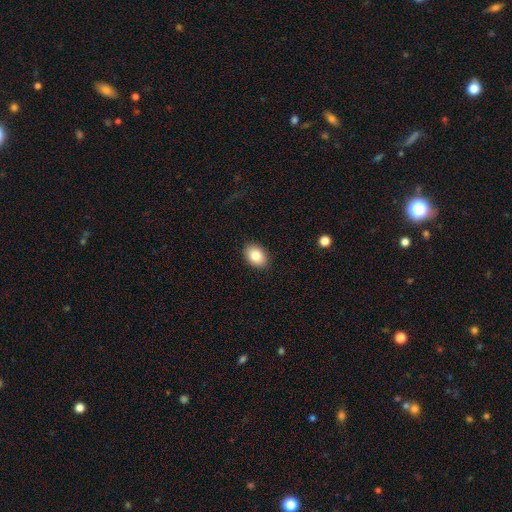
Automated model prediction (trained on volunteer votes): The model was most divided on "how rounded": in between: 79%, round: 20%, cigar-shaped: 1%. More confident: merging — none (89%); smooth or featured — smooth (85%).